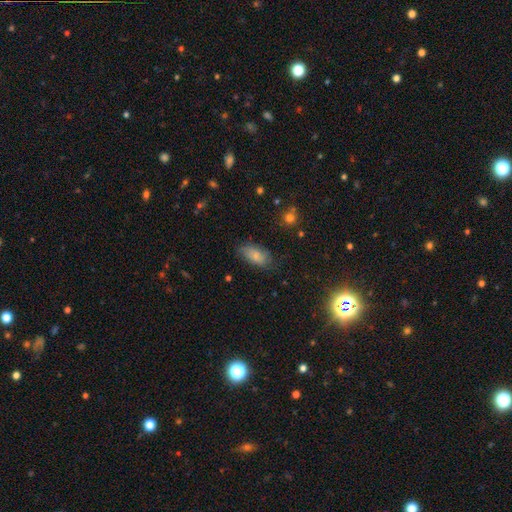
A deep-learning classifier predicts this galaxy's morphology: smooth-or-featured: smooth: 74% | featured or disk: 17% | star or artifact: 8%
  how-rounded: in between: 91% | cigar-shaped: 6% | round: 3%
  merging: none: 65% | minor disturbance: 26% | major disturbance: 7% | merger: 2%